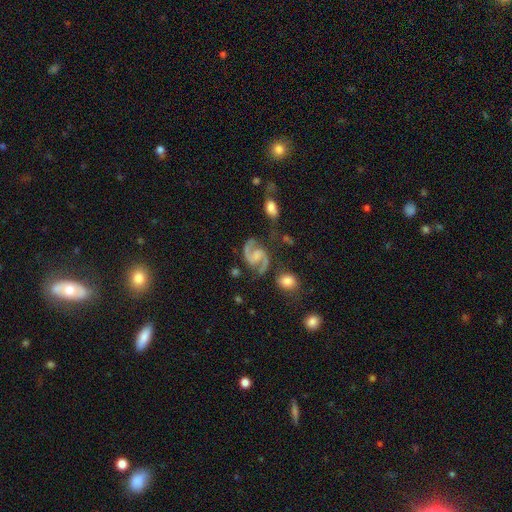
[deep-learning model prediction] Smooth or featured? featured or disk (89%)
Edge-on disk? no (98%)
Bar? no (44%)
Spiral arms? yes (98%)
Spiral winding? medium (58%)
Spiral arm count? 2 (94%)
Bulge size? none (48%)
Merging? none (65%)